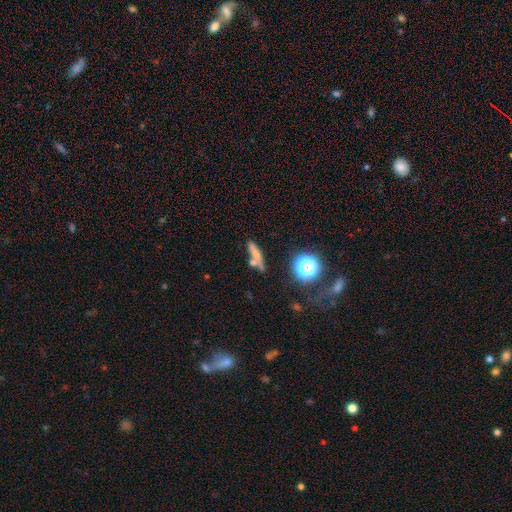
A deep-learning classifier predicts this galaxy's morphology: Q: Smooth or featured?
A: smooth (59%); runner-up: featured or disk (25%)
Q: How rounded?
A: cigar-shaped (68%); runner-up: in between (21%)
Q: Merging?
A: none (56%); runner-up: merger (21%)